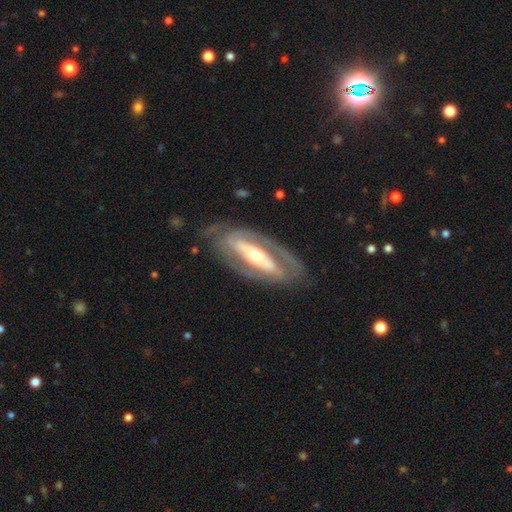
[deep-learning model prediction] smooth_or_featured: featured or disk (p=0.82) [alt: smooth p=0.13]
disk_edge_on: no (p=0.87) [alt: yes p=0.13]
bar: strong (p=0.52) [alt: no p=0.26]
has_spiral_arms: yes (p=0.69) [alt: no p=0.31]
bulge_size: moderate (p=0.54) [alt: small p=0.37]
merging: none (p=0.76) [alt: minor disturbance p=0.14]